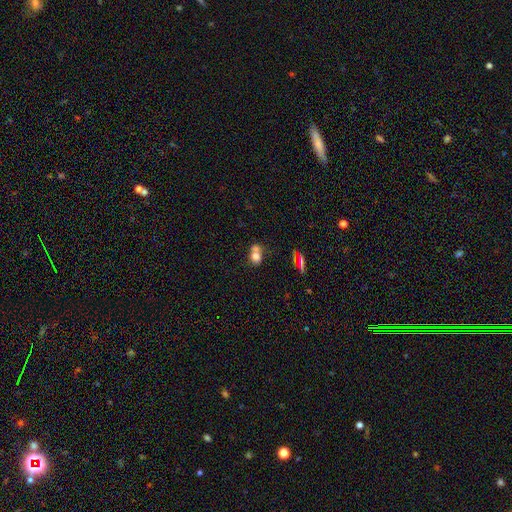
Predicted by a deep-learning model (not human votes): A smooth galaxy with no disk features (72%) that is round (52%). Merging: merger (51%).